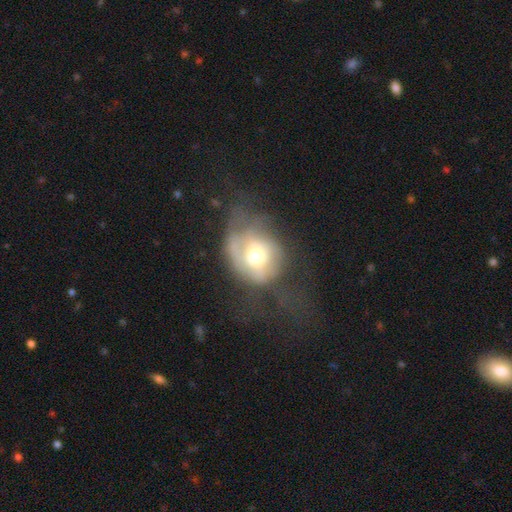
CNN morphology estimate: type=featured or disk (45%, tied with smooth); merging=major disturbance (45%).